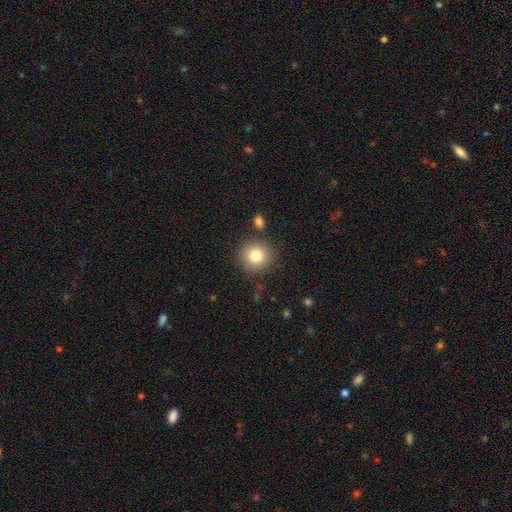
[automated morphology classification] Smooth or featured: smooth — 81% (star or artifact — 10%)
How rounded: round — 92% (in between — 7%)
Merging: none — 85% (minor disturbance — 8%)